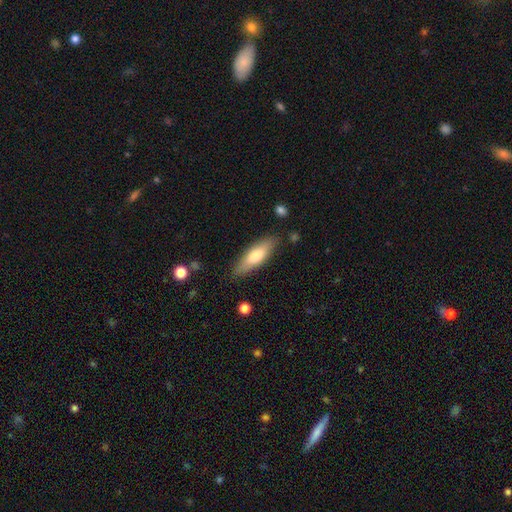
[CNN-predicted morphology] smooth-or-featured: smooth: 66% | featured or disk: 28% | star or artifact: 5%
  how-rounded: cigar-shaped: 52% | in between: 47% | round: 2%
  merging: none: 84% | minor disturbance: 12% | major disturbance: 3% | merger: 2%